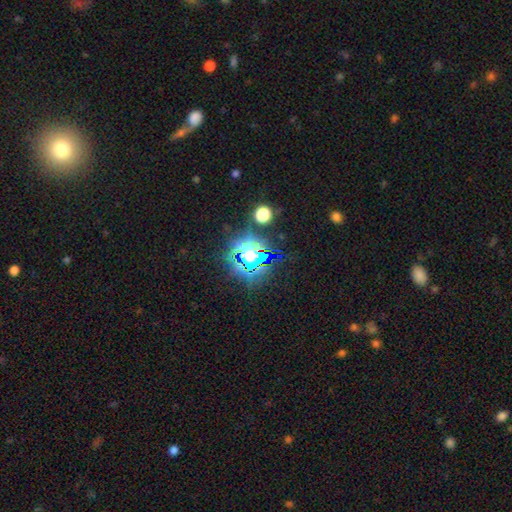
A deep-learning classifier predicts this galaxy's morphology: Smooth or featured? star or artifact (77%)